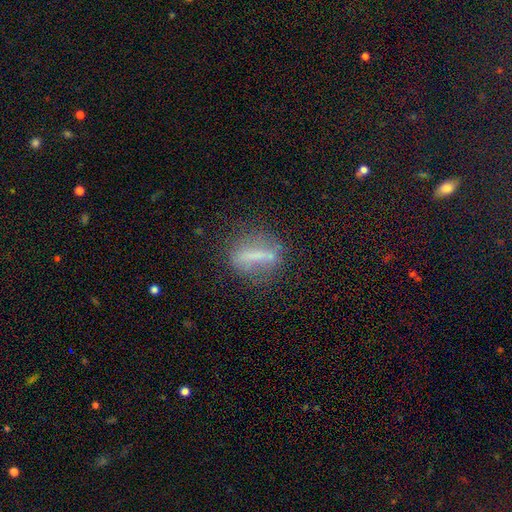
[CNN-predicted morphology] smooth_or_featured: featured or disk (p=0.45) [alt: smooth p=0.42]
merging: none (p=0.68) [alt: minor disturbance p=0.17]